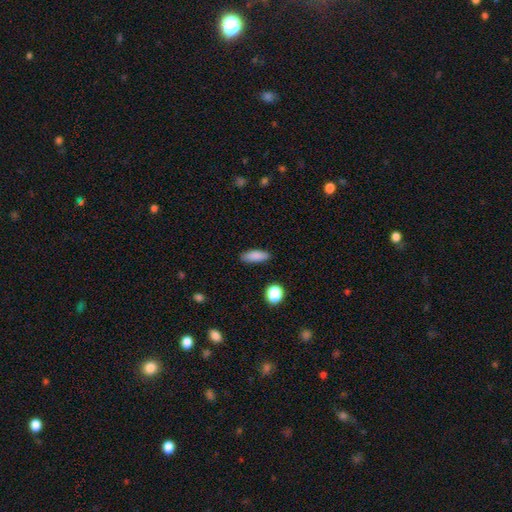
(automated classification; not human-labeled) A smooth galaxy with no disk features (86%) that is in between round and cigar-shaped (67%). Merging: none (87%).